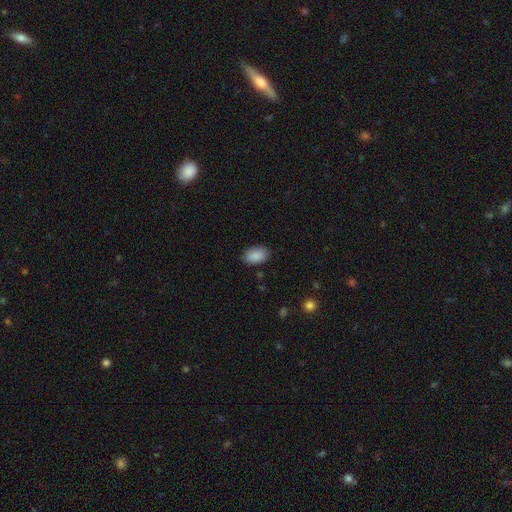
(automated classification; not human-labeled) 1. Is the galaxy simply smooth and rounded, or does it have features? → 89% smooth, 7% star or artifact, 4% featured or disk.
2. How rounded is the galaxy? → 90% in between, 9% round, 1% cigar-shaped.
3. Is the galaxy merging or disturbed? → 86% none, 10% minor disturbance, 2% major disturbance, 1% merger.